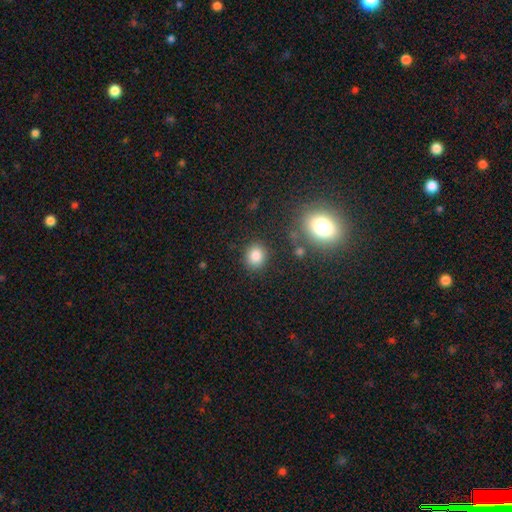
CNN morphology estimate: This appears to be a smooth galaxy with no disk features (84%) that is round (68%). Merging: none (85%).